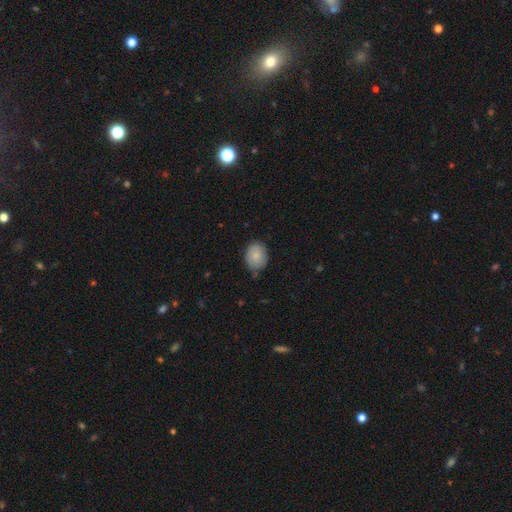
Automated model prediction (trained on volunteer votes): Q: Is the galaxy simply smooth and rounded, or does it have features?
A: smooth — 85%.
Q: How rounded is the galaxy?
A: in between — 57%.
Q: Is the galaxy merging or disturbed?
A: none — 76%.